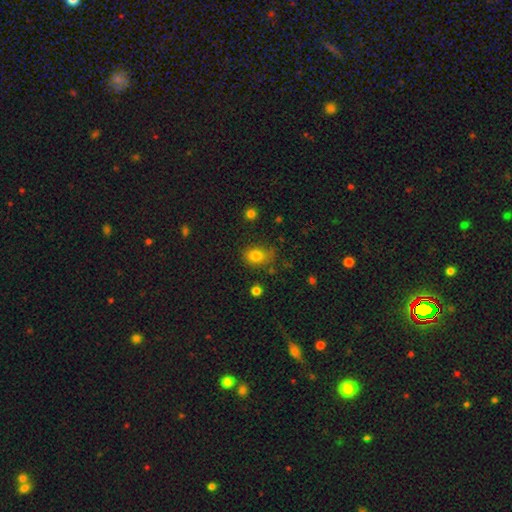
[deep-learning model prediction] The model was most divided on "how rounded": in between: 57%, round: 42%, cigar-shaped: 1%. More confident: smooth or featured — smooth (80%); merging — none (65%).